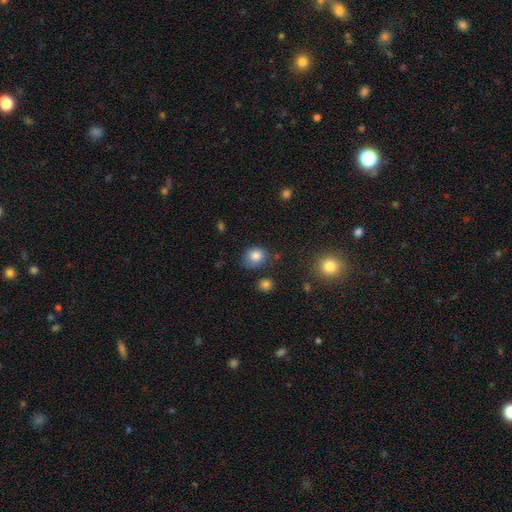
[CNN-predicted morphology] The model was most divided on "how rounded": round: 65%, in between: 34%, cigar-shaped: 1%. More confident: smooth or featured — smooth (84%); merging — none (68%).